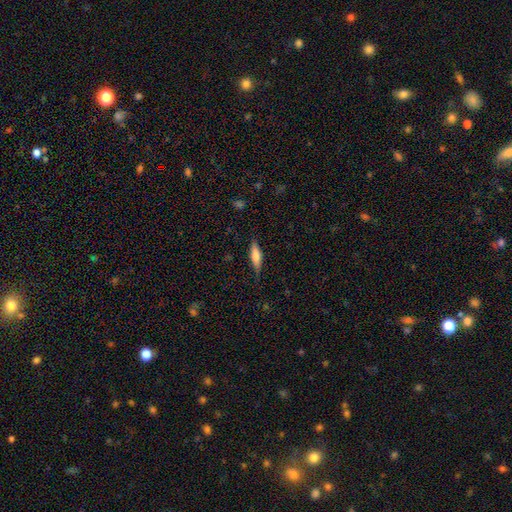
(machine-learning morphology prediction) Smooth or featured? Predicted: smooth (p=0.62). How rounded? Predicted: cigar-shaped (p=0.64). Merging? Predicted: none (p=0.82).